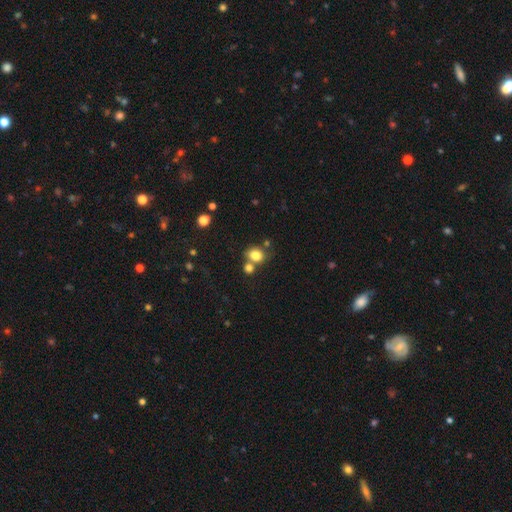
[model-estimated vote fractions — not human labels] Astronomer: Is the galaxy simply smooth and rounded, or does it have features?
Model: smooth — 80%.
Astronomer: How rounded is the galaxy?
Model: round — 60% (runner-up: in between, 39%).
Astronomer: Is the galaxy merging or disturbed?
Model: none — 58%.